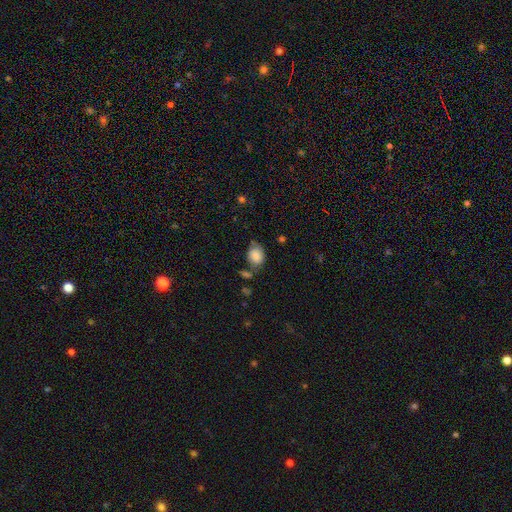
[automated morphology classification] type=smooth (80%); roundness=in between (50%); merging=none (56%).